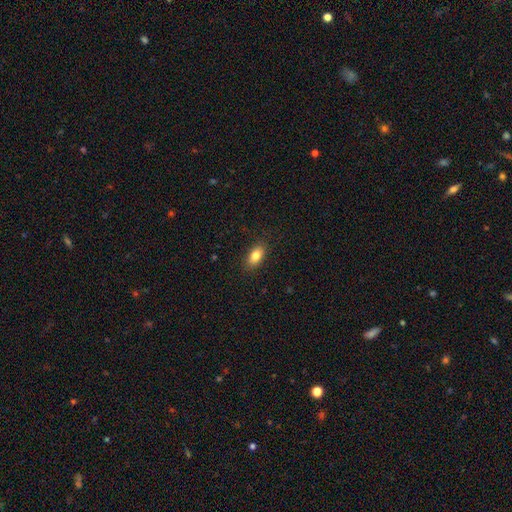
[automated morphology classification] Smooth or featured? smooth (81%)
How rounded? in between (88%)
Merging? none (88%)